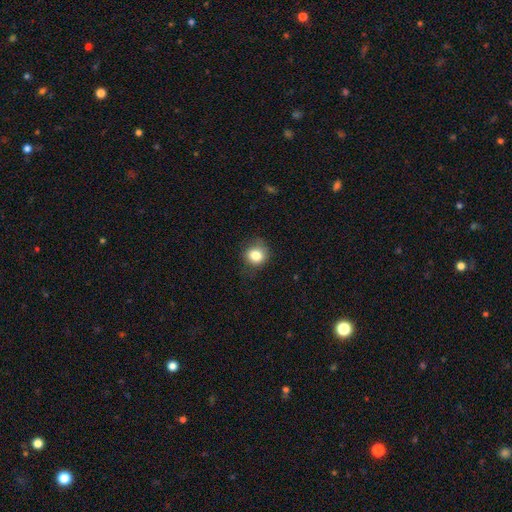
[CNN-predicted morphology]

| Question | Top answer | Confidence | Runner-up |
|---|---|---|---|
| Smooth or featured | smooth | 81% | star or artifact (11%) |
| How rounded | round | 74% | in between (25%) |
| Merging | none | 74% | minor disturbance (19%) |